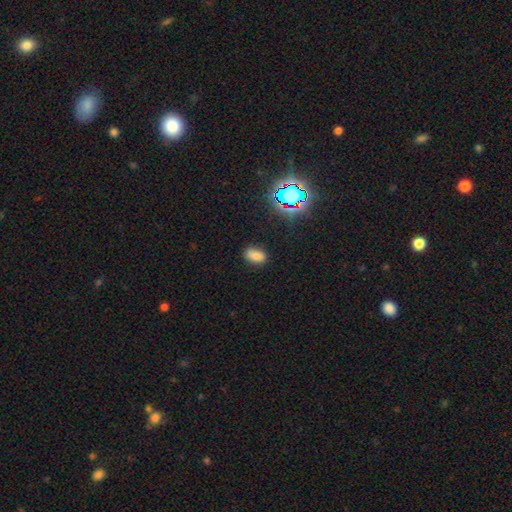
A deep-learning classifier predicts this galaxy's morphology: The model was most divided on "smooth or featured": smooth: 76%, star or artifact: 18%, featured or disk: 6%. More confident: how rounded — in between (89%); merging — none (81%).